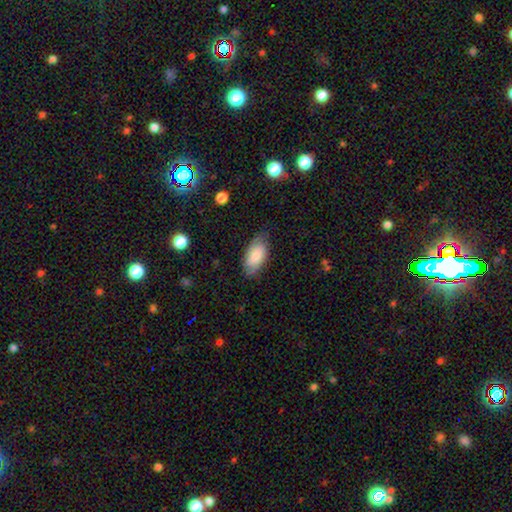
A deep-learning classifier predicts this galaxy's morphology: Smooth or featured? smooth (76%)
How rounded? in between (94%)
Merging? none (71%)